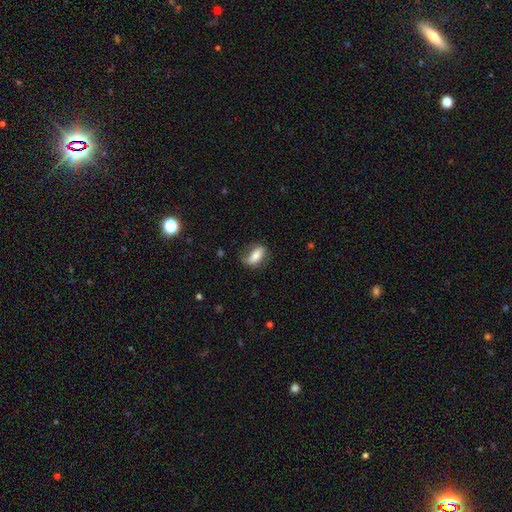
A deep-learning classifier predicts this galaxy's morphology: A smooth galaxy with no disk features (70%) that is in between round and cigar-shaped (80%).

Vote fractions:
- Smooth or featured? smooth: 70% / featured or disk: 23% / star or artifact: 7%
- How rounded? in between: 80% / cigar-shaped: 16% / round: 5%
- Merging? none: 58% / minor disturbance: 28% / major disturbance: 12% / merger: 2%